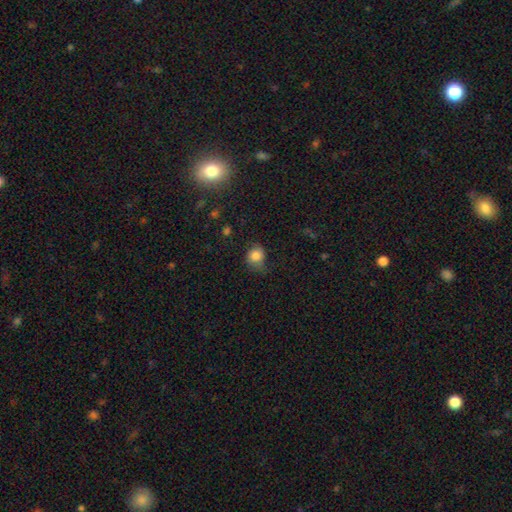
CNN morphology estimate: A smooth galaxy with no disk features (82%) that is round (72%).

Vote fractions:
- Smooth or featured? smooth: 82% / star or artifact: 9% / featured or disk: 8%
- How rounded? round: 72% / in between: 27% / cigar-shaped: 1%
- Merging? none: 59% / minor disturbance: 29% / major disturbance: 11% / merger: 2%